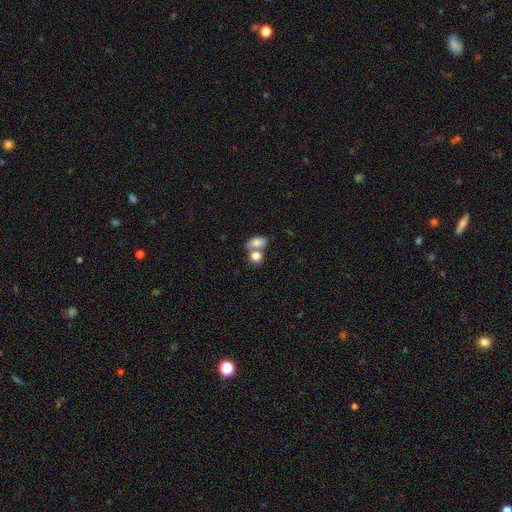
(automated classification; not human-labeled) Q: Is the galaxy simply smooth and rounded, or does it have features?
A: smooth — 80%.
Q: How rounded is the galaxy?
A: in between — 53%.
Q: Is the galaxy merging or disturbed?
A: merger — 54%.